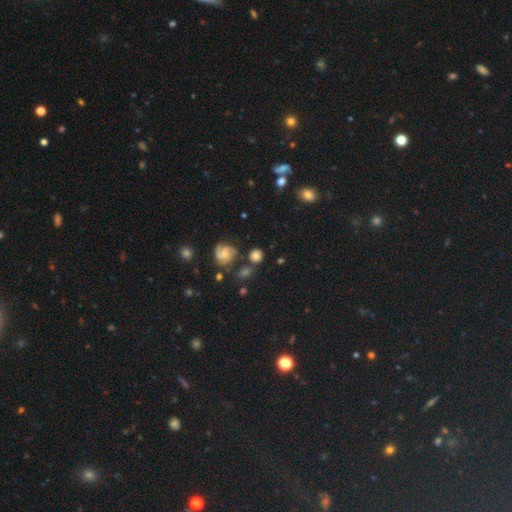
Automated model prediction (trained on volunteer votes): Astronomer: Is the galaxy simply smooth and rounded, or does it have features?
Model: smooth — 70%.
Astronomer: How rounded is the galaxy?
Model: round — 85%.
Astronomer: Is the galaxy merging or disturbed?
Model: none — 70%.